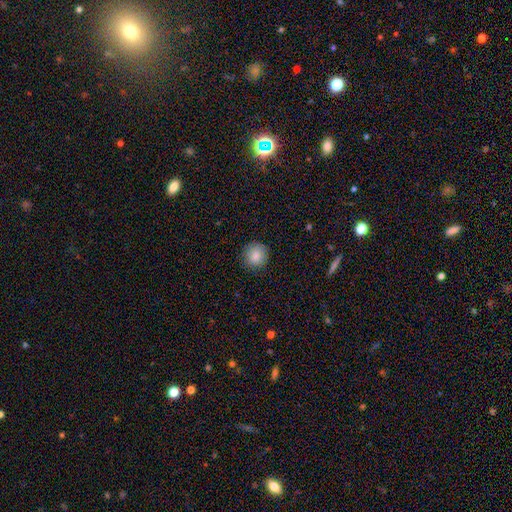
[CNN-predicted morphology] This is clearly a smooth galaxy (86%). How rounded: clearly round (91%). Merging: clearly none (88%).